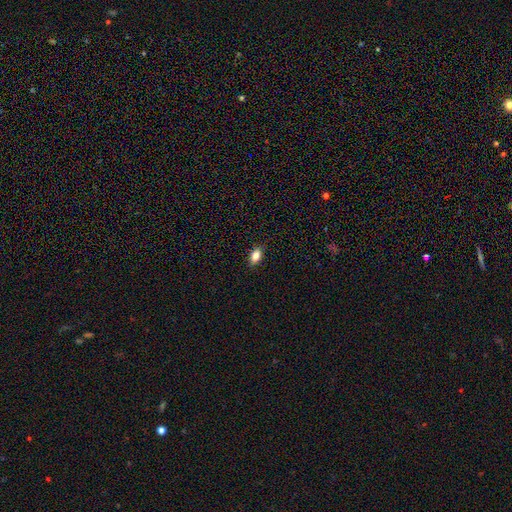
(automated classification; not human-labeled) This is clearly a smooth galaxy (82%). How rounded: clearly in between (88%). Merging: clearly none (89%).